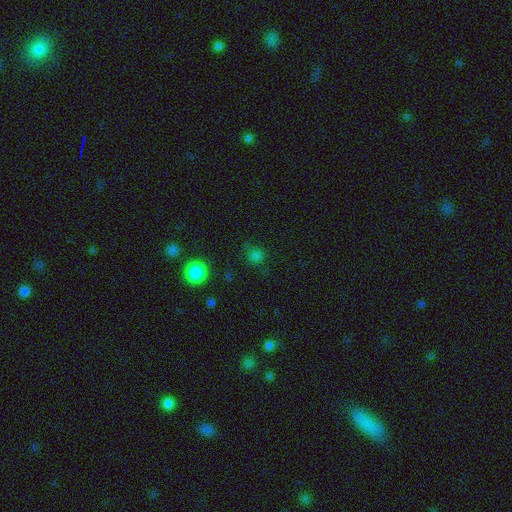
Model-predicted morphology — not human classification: type=smooth (73%); roundness=round (89%); merging=none (76%).